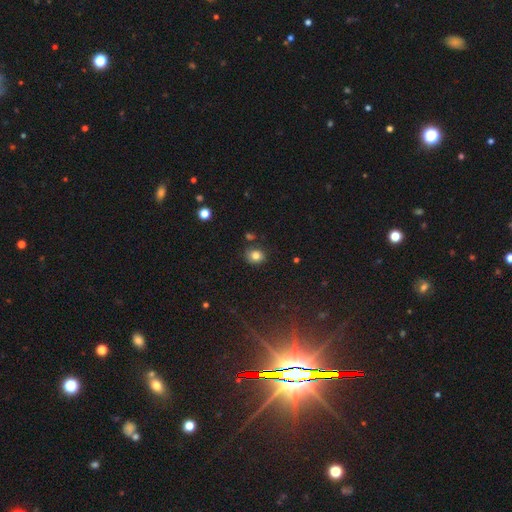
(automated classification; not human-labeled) Morphology: type=smooth (80%); roundness=round (69%); merging=none (80%).